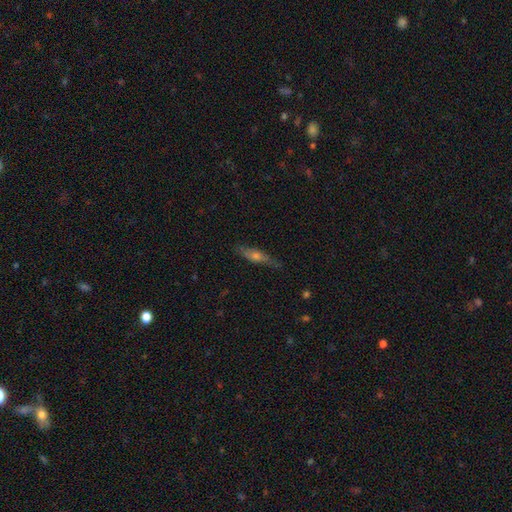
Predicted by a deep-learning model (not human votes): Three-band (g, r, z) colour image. It shows a featured or disk galaxy (59%) viewed edge-on (89%) with a rounded central bulge (88%). Merging: none (82%).